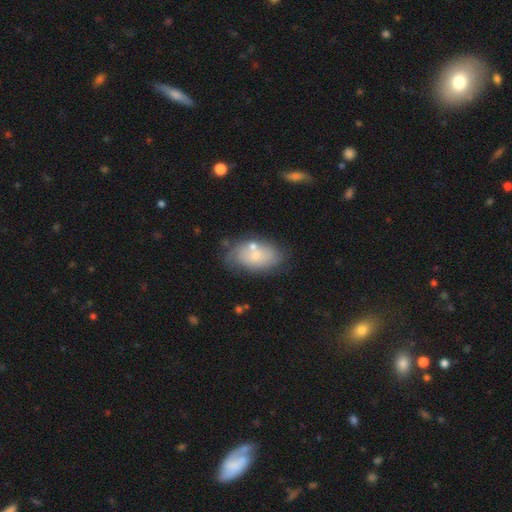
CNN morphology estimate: The model was most divided on "smooth or featured": smooth: 57%, featured or disk: 35%, star or artifact: 8%. More confident: how rounded — in between (91%); merging — none (58%).